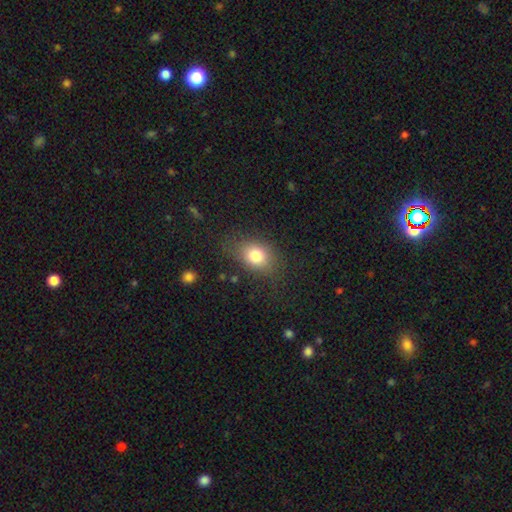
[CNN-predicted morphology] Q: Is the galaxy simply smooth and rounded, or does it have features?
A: smooth — 79%.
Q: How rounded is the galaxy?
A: in between — 63%.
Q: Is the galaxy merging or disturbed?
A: none — 75%.